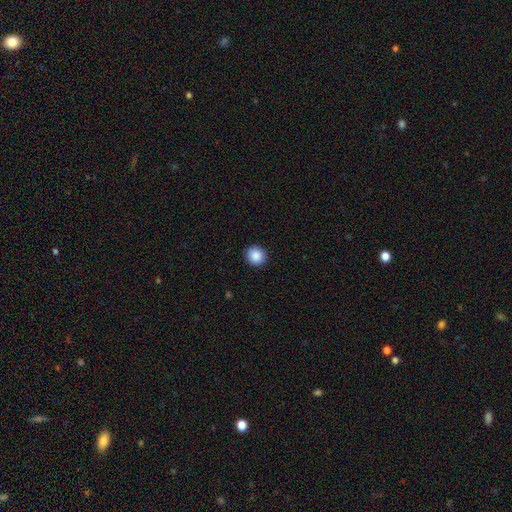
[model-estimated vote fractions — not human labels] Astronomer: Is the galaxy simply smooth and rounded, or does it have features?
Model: smooth — 88%.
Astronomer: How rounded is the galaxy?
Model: round — 90%.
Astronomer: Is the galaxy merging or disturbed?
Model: none — 91%.